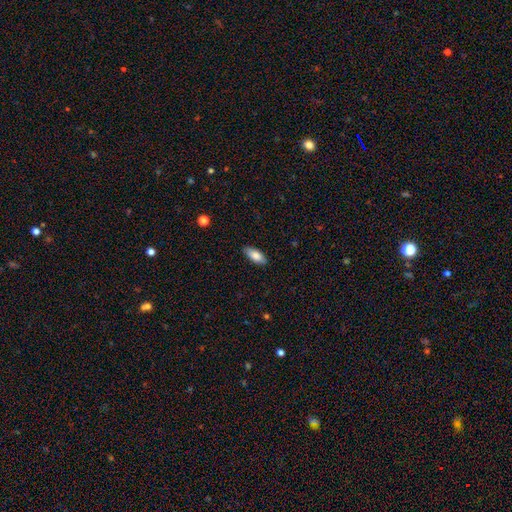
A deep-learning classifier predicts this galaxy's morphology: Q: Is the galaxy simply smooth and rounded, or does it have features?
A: smooth — 82%.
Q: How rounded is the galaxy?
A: in between — 81%.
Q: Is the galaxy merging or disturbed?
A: none — 87%.